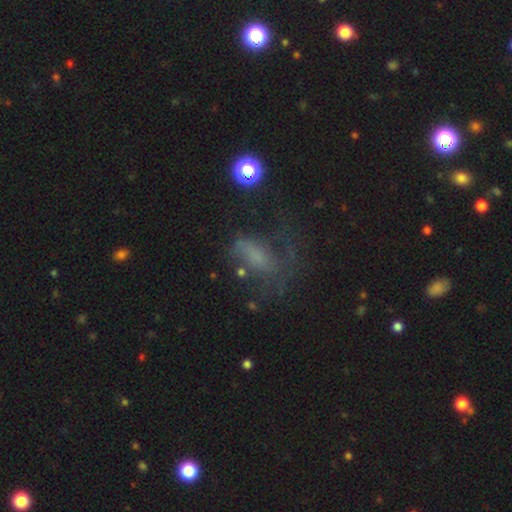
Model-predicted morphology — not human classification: Q: Smooth or featured?
A: smooth (41%); runner-up: featured or disk (38%)
Q: Merging?
A: major disturbance (40%); runner-up: none (34%)